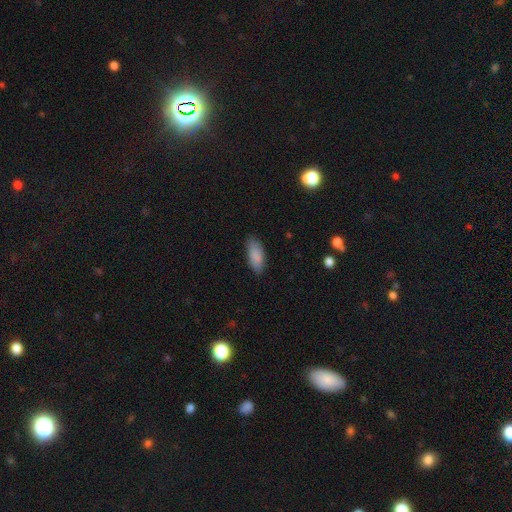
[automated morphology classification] The model was most divided on "how rounded": in between: 81%, cigar-shaped: 17%, round: 2%. More confident: smooth or featured — smooth (88%); merging — none (83%).